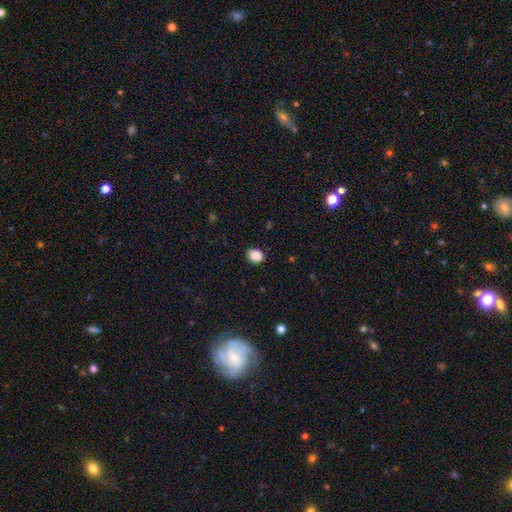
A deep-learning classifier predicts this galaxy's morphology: Overall: smooth (88%). How rounded: round (55%; in between 44%). Merging: none (90%).